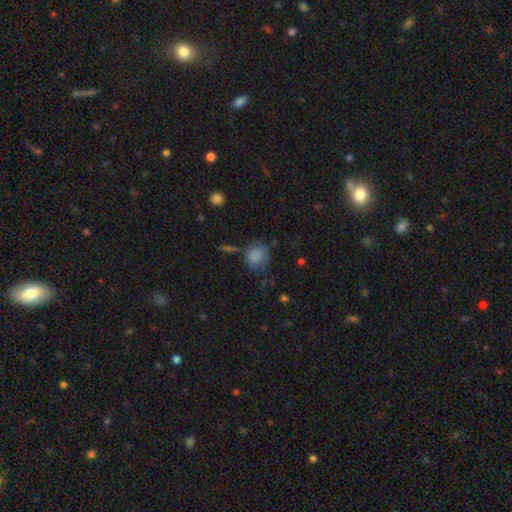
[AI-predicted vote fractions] Morphology: type=smooth (73%); roundness=round (60%); merging=none (41%).